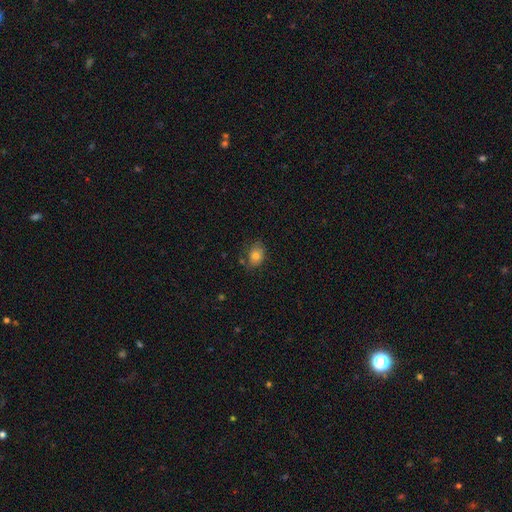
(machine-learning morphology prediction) type=smooth (79%); roundness=in between (71%); merging=none (71%).